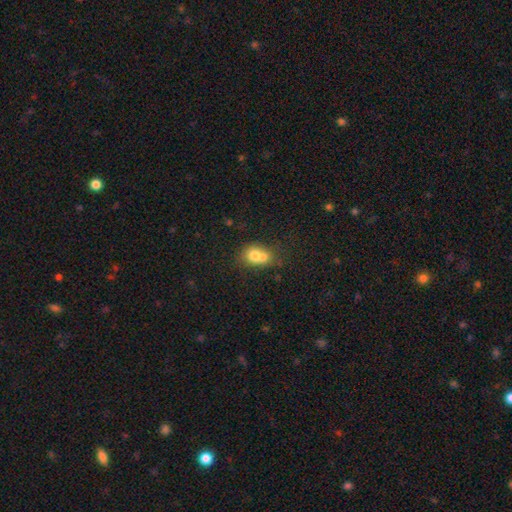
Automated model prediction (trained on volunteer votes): smooth-or-featured: smooth: 71% | featured or disk: 19% | star or artifact: 10%
  how-rounded: round: 59% | in between: 40% | cigar-shaped: 1%
  merging: merger: 64% | none: 25% | minor disturbance: 8% | major disturbance: 4%